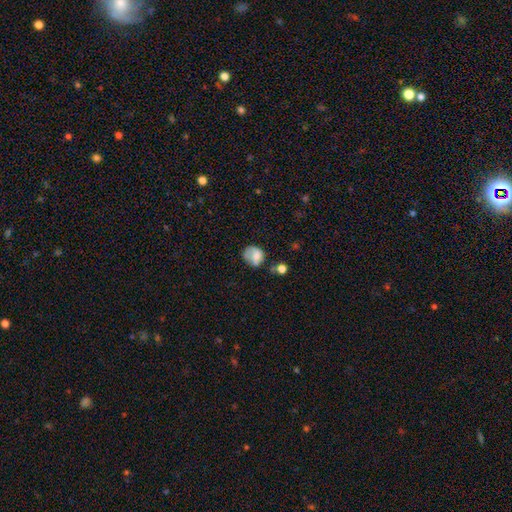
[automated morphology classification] This appears to be a smooth galaxy with no disk features (71%) that is round (55%). Merging: none (39%).